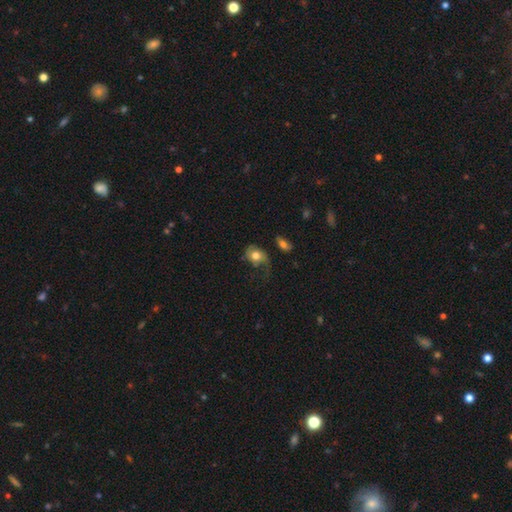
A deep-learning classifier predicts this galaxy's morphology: Overall: smooth (58%; featured or disk 34%). How rounded: in between (55%; round 43%). Merging: major disturbance (44%; none 28%).